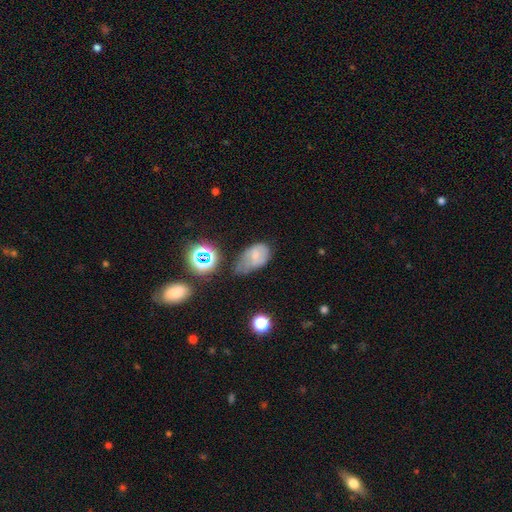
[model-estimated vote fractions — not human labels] Morphology: type=smooth (56%); roundness=in between (85%); merging=minor disturbance (41%).